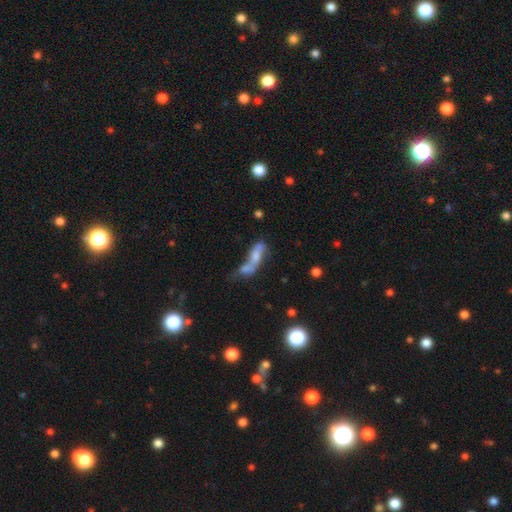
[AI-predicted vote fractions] This is possibly a smooth galaxy (49%). Merging: possibly merger (58%).